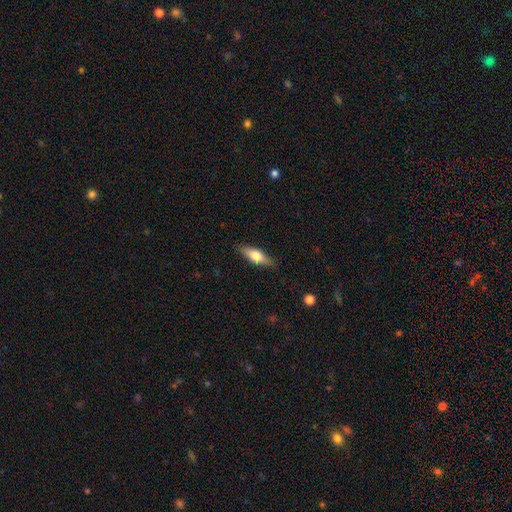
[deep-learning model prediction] smooth_or_featured: smooth (p=0.62) [alt: featured or disk p=0.32]
how_rounded: in between (p=0.57) [alt: cigar-shaped p=0.40]
merging: none (p=0.85) [alt: minor disturbance p=0.12]